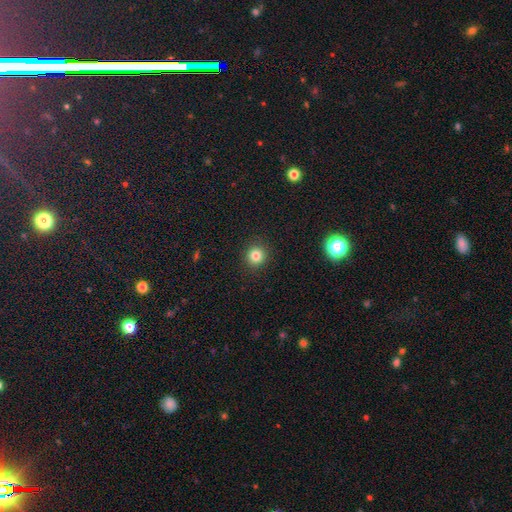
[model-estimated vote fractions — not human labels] Smooth or featured? smooth (82%)
How rounded? round (92%)
Merging? none (92%)